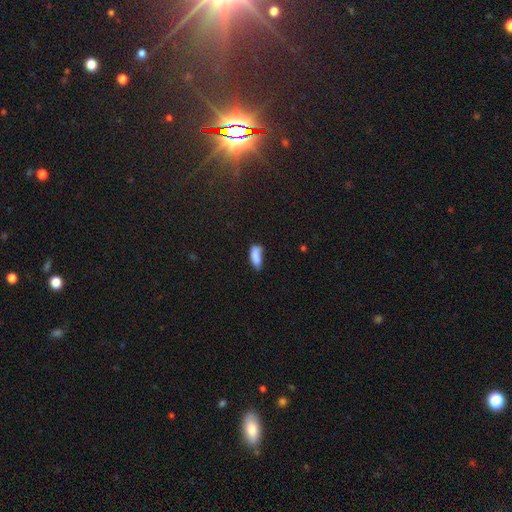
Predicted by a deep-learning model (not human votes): Overall: smooth (84%). How rounded: in between (75%). Merging: none (46%; minor disturbance 36%).